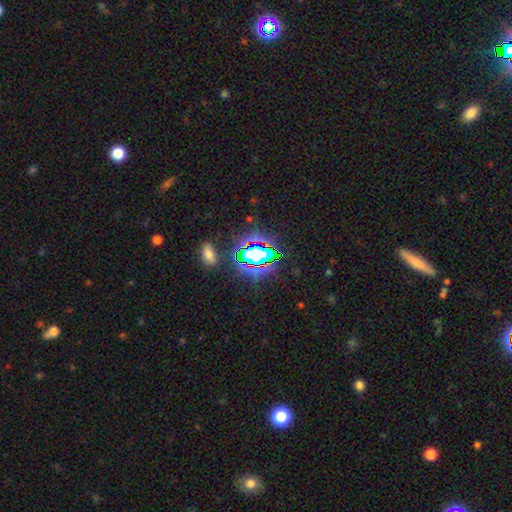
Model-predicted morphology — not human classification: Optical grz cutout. It shows a star or artifact, not a galaxy (67%).